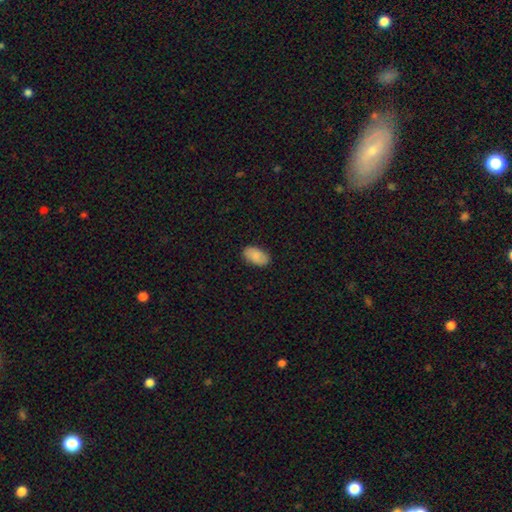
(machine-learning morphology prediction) smooth_or_featured: smooth (p=0.86) [alt: featured or disk p=0.07]
how_rounded: in between (p=0.94) [alt: round p=0.04]
merging: none (p=0.86) [alt: minor disturbance p=0.11]